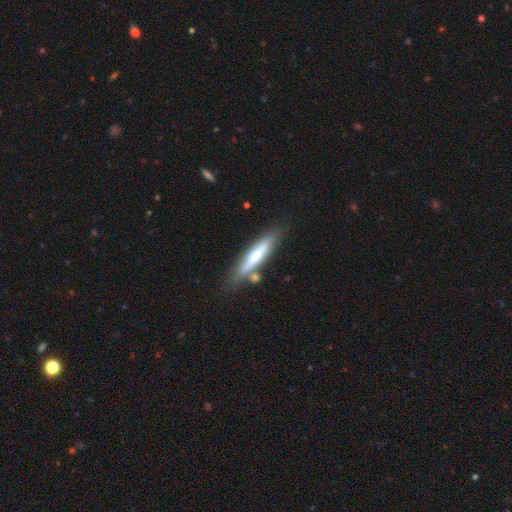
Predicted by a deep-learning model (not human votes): Smooth or featured? smooth (50%)
How rounded? cigar-shaped (88%)
Merging? none (71%)